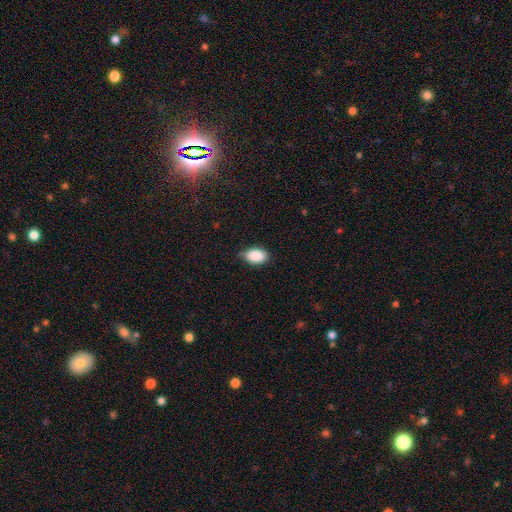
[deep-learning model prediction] Smooth or featured?
  - smooth: 89% *
  - star or artifact: 7%
  - featured or disk: 4%
How rounded?
  - in between: 91% *
  - round: 7%
  - cigar-shaped: 1%
Merging?
  - none: 77% *
  - minor disturbance: 19%
  - major disturbance: 3%
  - merger: 1%